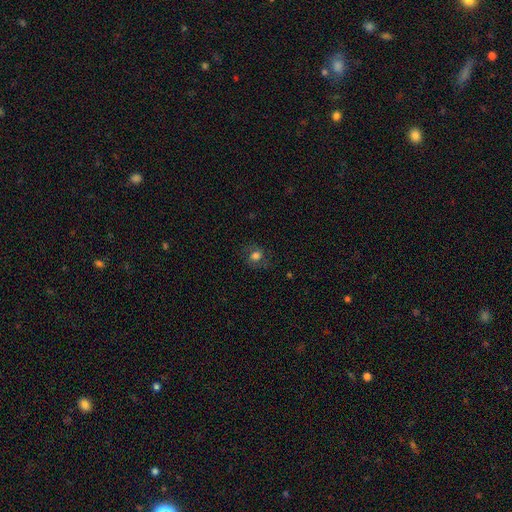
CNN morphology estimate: Q: Smooth or featured?
A: smooth (65%); runner-up: featured or disk (20%)
Q: How rounded?
A: round (68%); runner-up: in between (31%)
Q: Merging?
A: none (77%); runner-up: minor disturbance (15%)